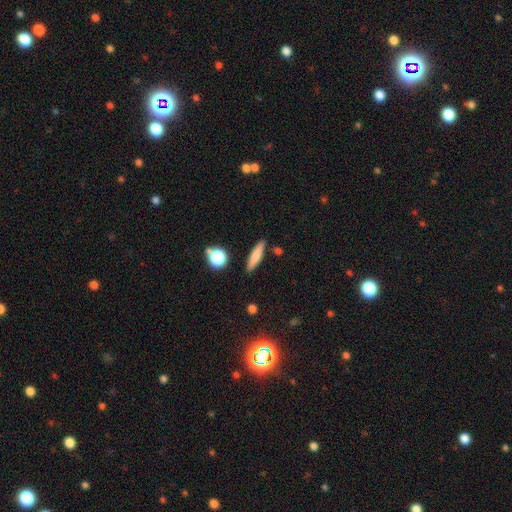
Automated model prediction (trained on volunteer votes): Morphology: type=smooth (73%); roundness=cigar-shaped (79%); merging=none (85%).